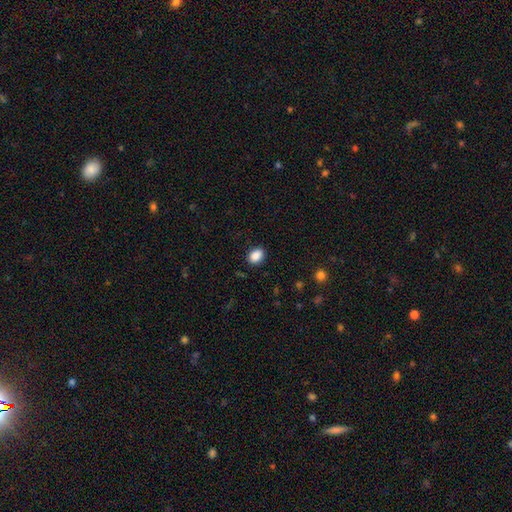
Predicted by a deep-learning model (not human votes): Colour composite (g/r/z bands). It shows a smooth galaxy with no disk features (89%) that is in between round and cigar-shaped (71%). Merging: none (88%).